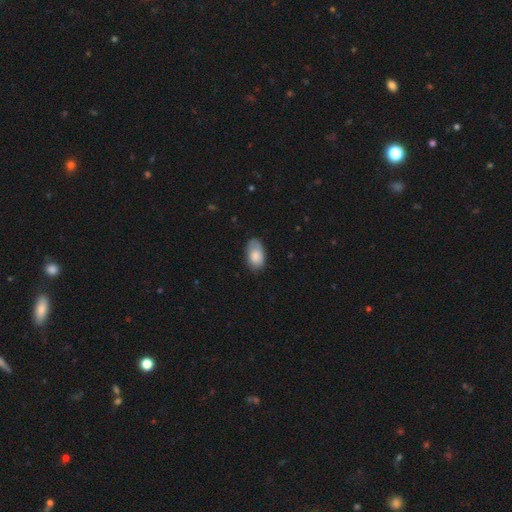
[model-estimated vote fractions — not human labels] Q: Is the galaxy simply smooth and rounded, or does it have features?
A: smooth — 82%.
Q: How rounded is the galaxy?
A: in between — 93%.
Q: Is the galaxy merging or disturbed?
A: none — 71%.